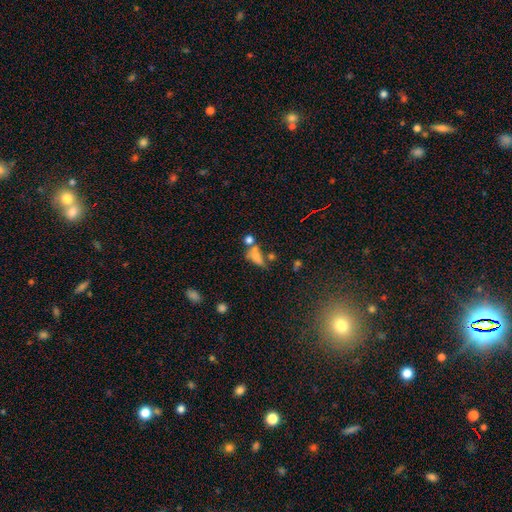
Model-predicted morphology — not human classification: Smooth or featured?
  - smooth: 66% *
  - featured or disk: 18%
  - star or artifact: 16%
How rounded?
  - in between: 74% *
  - cigar-shaped: 14%
  - round: 11%
Merging?
  - merger: 35% *
  - none: 30%
  - minor disturbance: 18%
  - major disturbance: 17%